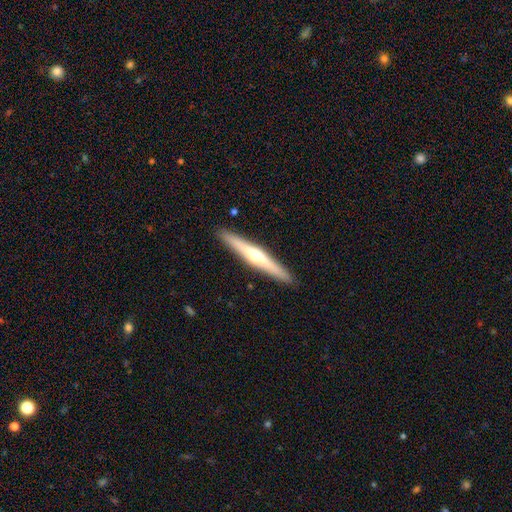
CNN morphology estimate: smooth_or_featured: featured or disk (p=0.66) [alt: smooth p=0.29]
disk_edge_on: yes (p=0.97) [alt: no p=0.03]
edge_on_bulge: rounded (p=0.88) [alt: none p=0.09]
merging: none (p=0.92) [alt: minor disturbance p=0.06]